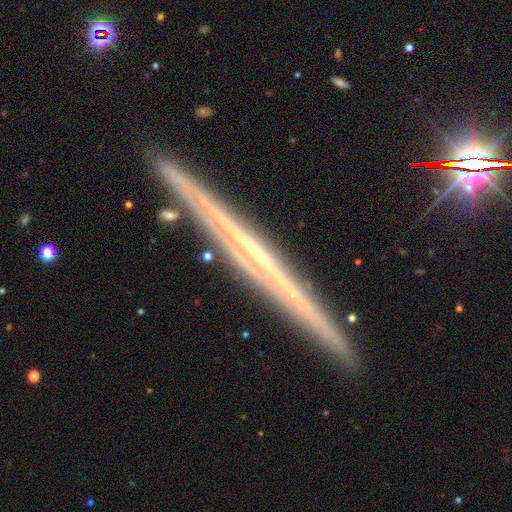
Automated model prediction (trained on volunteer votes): featured or disk 77%, smooth 15%, star or artifact 8%. Down the decision tree: edge-on disk — yes (98%); edge-on bulge — none (74%); merging — none (90%).